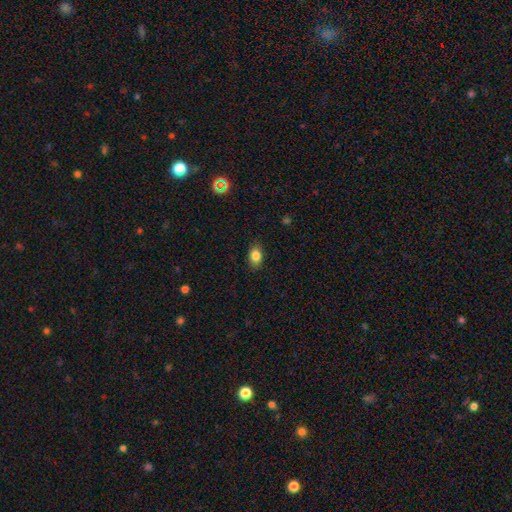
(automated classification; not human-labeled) This appears to be a smooth galaxy with no disk features (84%) that is in between round and cigar-shaped (81%). Merging: none (86%).